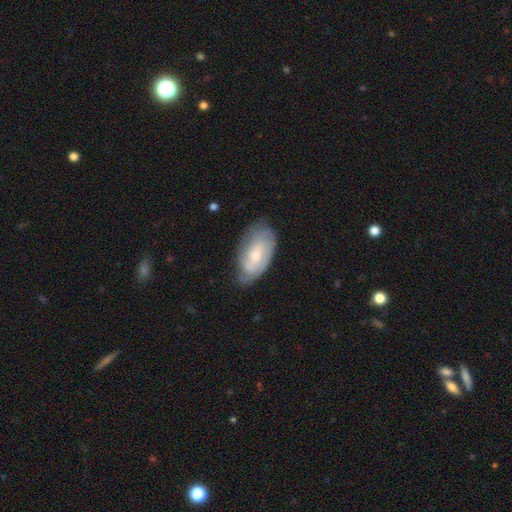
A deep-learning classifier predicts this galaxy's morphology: A featured or disk galaxy (57%) with no bar (64%), spiral arms (78%) and a small central bulge (50%).

Vote fractions:
- Smooth or featured? featured or disk: 57% / smooth: 37% / star or artifact: 6%
- Edge-on disk? no: 93% / yes: 7%
- Bar? no: 64% / weak: 30% / strong: 6%
- Spiral arms? yes: 78% / no: 22%
- Bulge size? small: 50% / moderate: 44% / large: 3% / none: 2% / dominant: 1%
- Merging? none: 63% / minor disturbance: 28% / major disturbance: 8% / merger: 1%